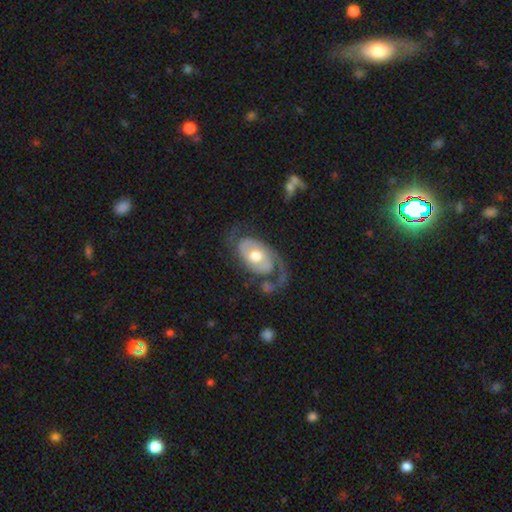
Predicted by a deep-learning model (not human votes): Smooth or featured?
  - featured or disk: 80% *
  - smooth: 16%
  - star or artifact: 4%
Edge-on disk?
  - no: 95% *
  - yes: 5%
Bar?
  - no: 73% *
  - weak: 21%
  - strong: 6%
Spiral arms?
  - yes: 87% *
  - no: 13%
Spiral winding?
  - medium: 38% *
  - loose: 34%
  - tight: 28%
Spiral arm count?
  - 2: 55% *
  - 1: 33%
  - can't tell: 7%
  - 3: 2%
  - 4: 1%
  - more than 4: 1%
Bulge size?
  - moderate: 71% *
  - large: 17%
  - small: 9%
  - dominant: 1%
  - none: 1%
Merging?
  - none: 48% *
  - major disturbance: 29%
  - minor disturbance: 18%
  - merger: 4%